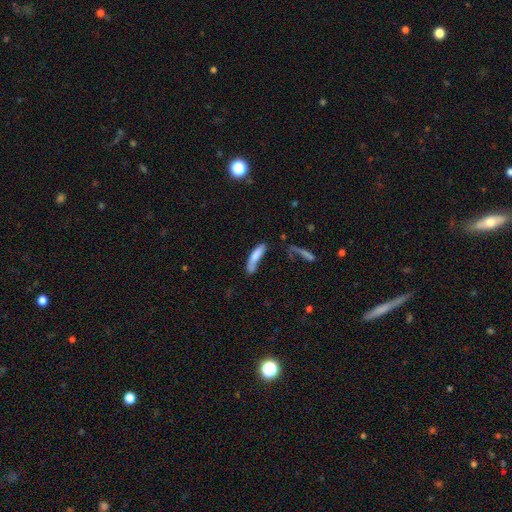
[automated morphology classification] A smooth galaxy with no disk features (74%) that is cigar-shaped (73%). Merging: none (38%).